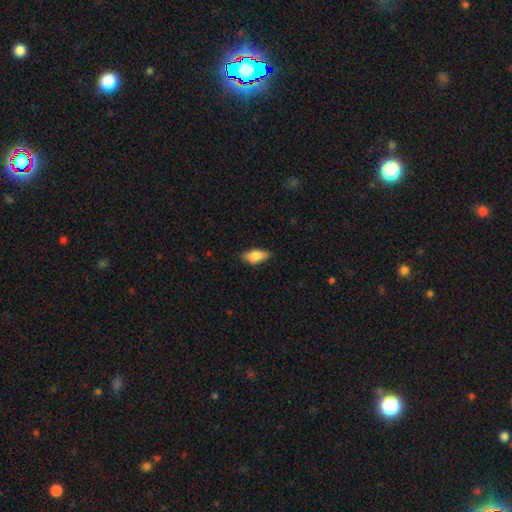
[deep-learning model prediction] Smooth or featured? Predicted: smooth (p=0.80). How rounded? Predicted: in between (p=0.85). Merging? Predicted: none (p=0.80).